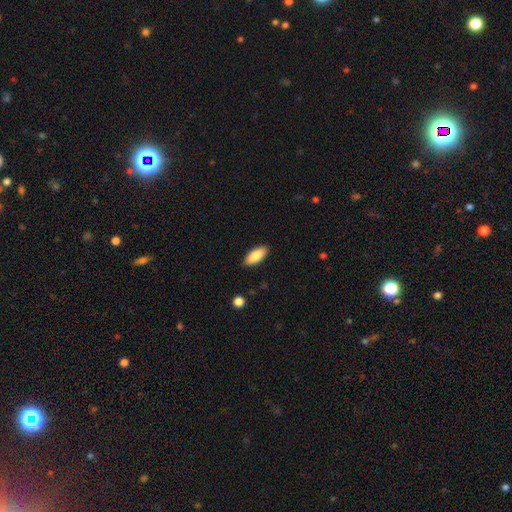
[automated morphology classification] smooth 84%, featured or disk 9%, star or artifact 6%. Down the decision tree: how rounded — in between (86%); merging — none (89%).